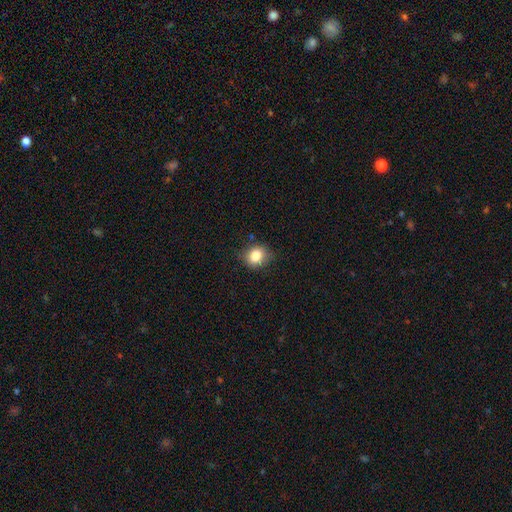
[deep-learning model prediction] This appears to be a smooth galaxy with no disk features (82%) that is round (68%). Merging: none (79%).